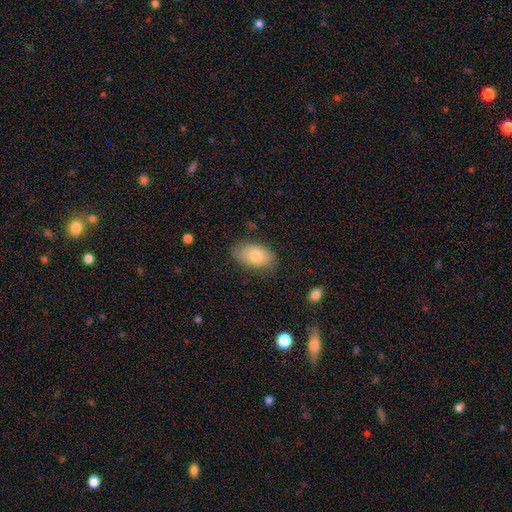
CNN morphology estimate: smooth_or_featured: smooth (p=0.70) [alt: featured or disk p=0.23]
how_rounded: in between (p=0.91) [alt: round p=0.07]
merging: none (p=0.75) [alt: minor disturbance p=0.20]